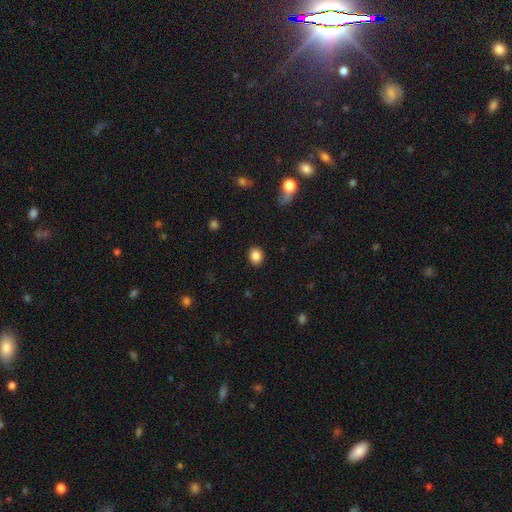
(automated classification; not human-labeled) smooth_or_featured: smooth (p=0.86) [alt: star or artifact p=0.10]
how_rounded: round (p=0.64) [alt: in between p=0.35]
merging: none (p=0.89) [alt: minor disturbance p=0.07]